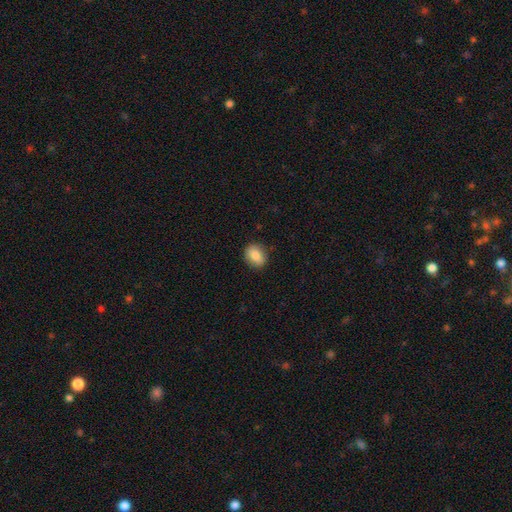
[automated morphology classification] smooth-or-featured: smooth: 82% | featured or disk: 10% | star or artifact: 8%
  how-rounded: in between: 53% | round: 45% | cigar-shaped: 1%
  merging: none: 86% | minor disturbance: 11% | major disturbance: 2% | merger: 1%